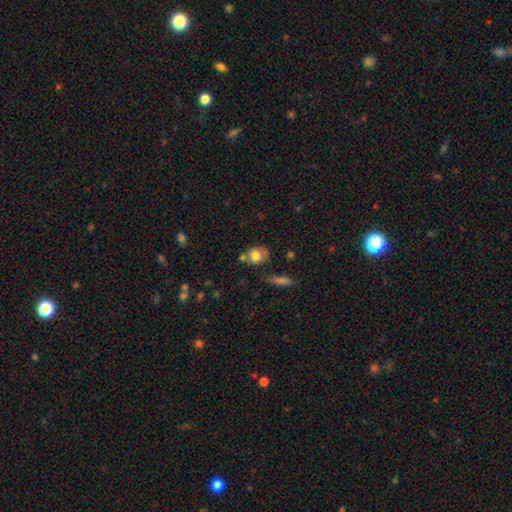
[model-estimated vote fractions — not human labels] Morphology: type=smooth (73%); roundness=in between (49%, tied with round); merging=none (51%).